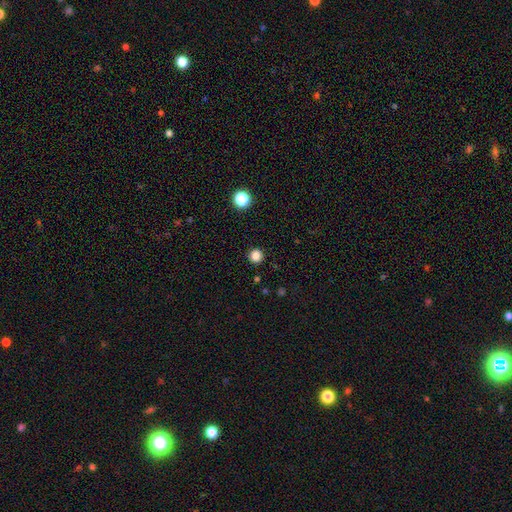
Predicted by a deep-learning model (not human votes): Smooth or featured?
  - smooth: 84% *
  - star or artifact: 13%
  - featured or disk: 3%
How rounded?
  - round: 94% *
  - in between: 5%
  - cigar-shaped: 1%
Merging?
  - none: 92% *
  - minor disturbance: 5%
  - major disturbance: 2%
  - merger: 1%